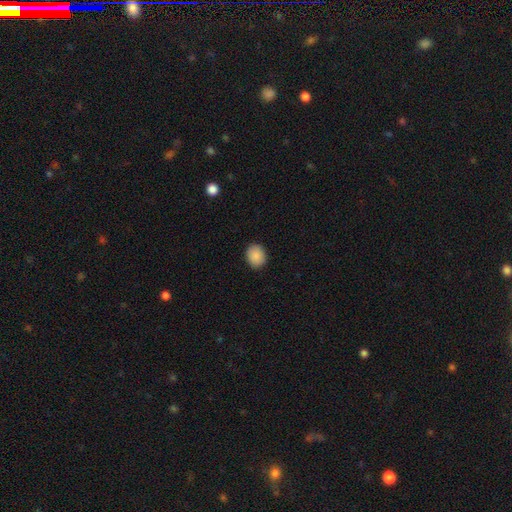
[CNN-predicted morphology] Smooth or featured? Predicted: smooth (p=0.89). How rounded? Predicted: round (p=0.56). Merging? Predicted: none (p=0.90).